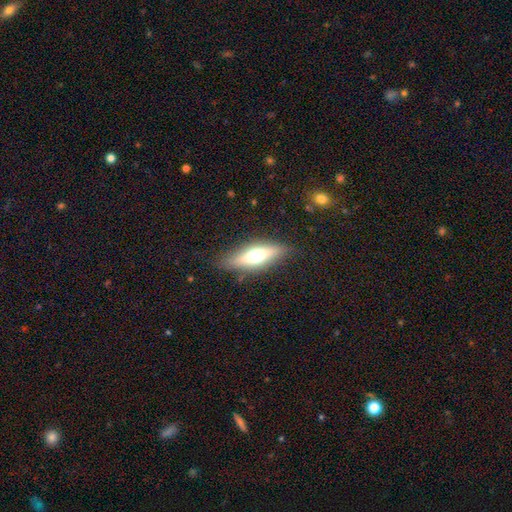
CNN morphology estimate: A smooth galaxy with no disk features (48%).

Vote fractions:
- Smooth or featured? smooth: 48% / featured or disk: 44% / star or artifact: 8%
- Merging? none: 83% / minor disturbance: 12% / major disturbance: 4% / merger: 1%